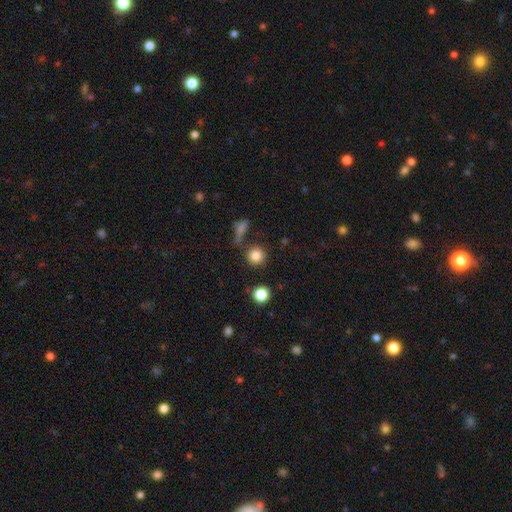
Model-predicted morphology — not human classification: Smooth or featured? Predicted: smooth (p=0.83). How rounded? Predicted: round (p=0.92). Merging? Predicted: none (p=0.79).